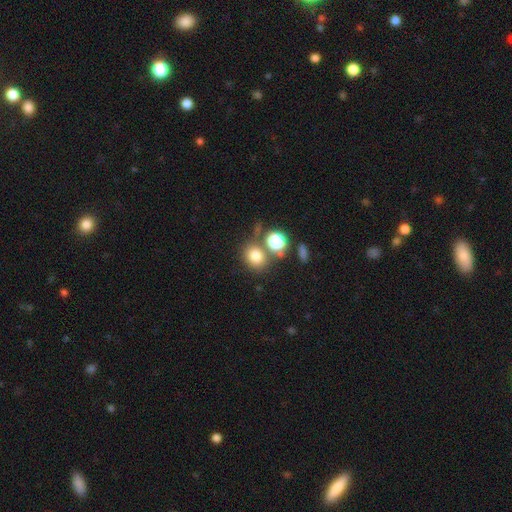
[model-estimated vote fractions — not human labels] smooth-or-featured: smooth: 76% | star or artifact: 15% | featured or disk: 9%
  how-rounded: round: 68% | in between: 31% | cigar-shaped: 1%
  merging: none: 63% | merger: 21% | minor disturbance: 11% | major disturbance: 5%